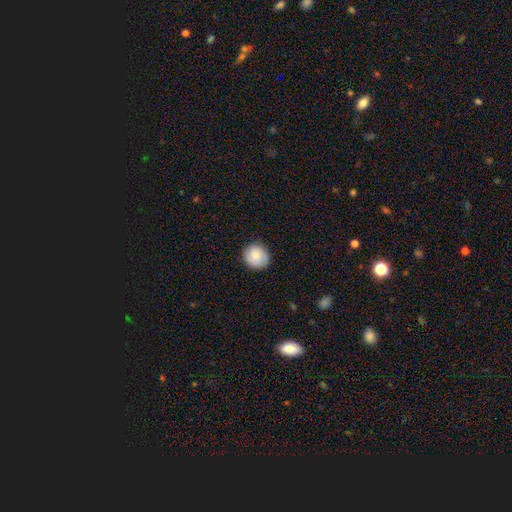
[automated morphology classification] Q: Smooth or featured?
A: smooth (80%); runner-up: featured or disk (12%)
Q: How rounded?
A: round (90%); runner-up: in between (9%)
Q: Merging?
A: none (87%); runner-up: minor disturbance (10%)